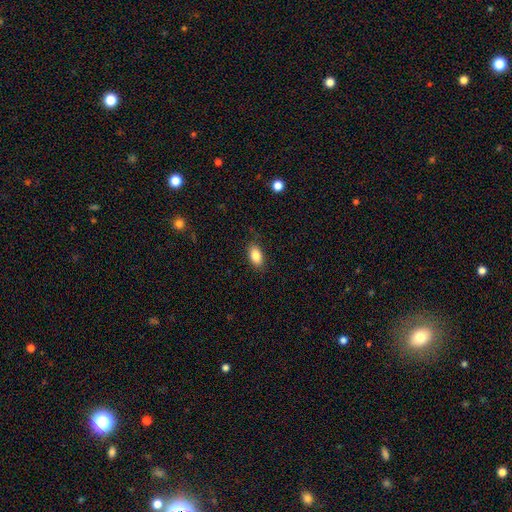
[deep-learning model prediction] This appears to be a smooth galaxy with no disk features (86%) that is in between round and cigar-shaped (91%). Merging: none (84%).